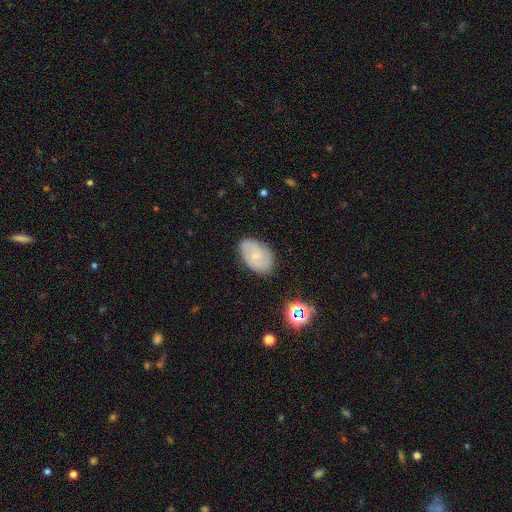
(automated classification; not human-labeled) Smooth or featured: smooth — 48% (featured or disk — 43%)
Merging: none — 80% (minor disturbance — 15%)